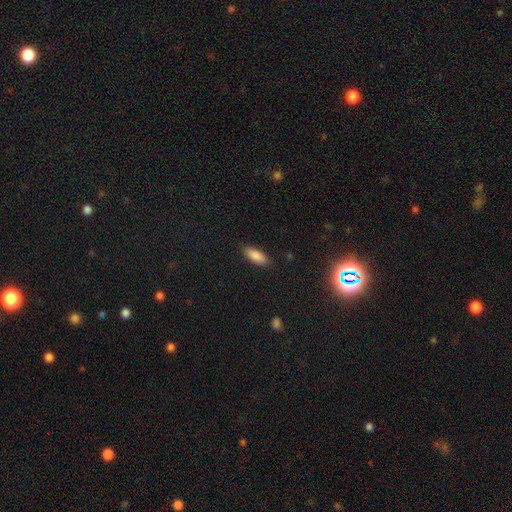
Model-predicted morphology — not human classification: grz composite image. It shows a smooth galaxy with no disk features (86%) that is in between round and cigar-shaped (79%). Merging: none (87%).